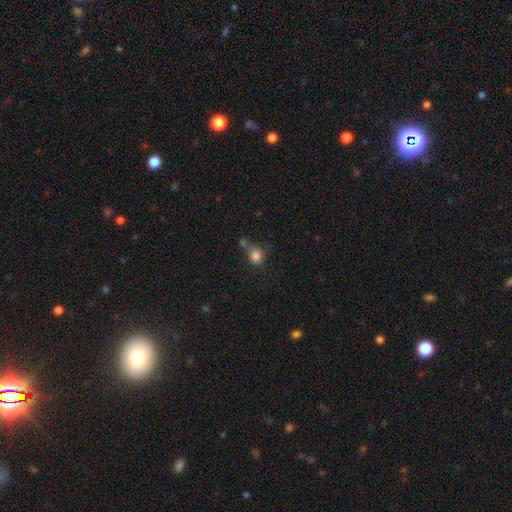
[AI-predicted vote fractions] The model was most divided on "merging": none: 52%, merger: 22%, minor disturbance: 18%, major disturbance: 7%. More confident: smooth or featured — smooth (82%); how rounded — round (72%).